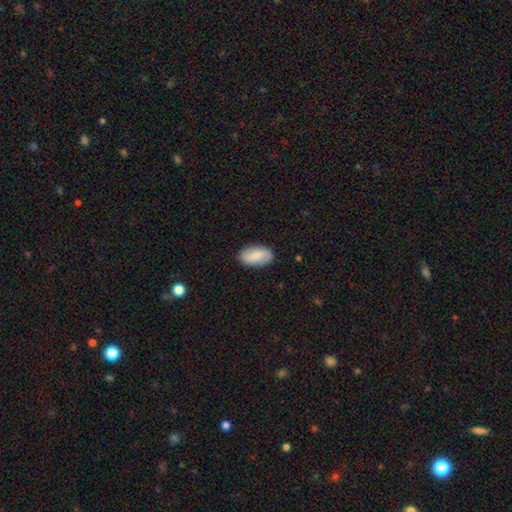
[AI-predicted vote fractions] Smooth or featured? Predicted: smooth (p=0.75). How rounded? Predicted: in between (p=0.94). Merging? Predicted: none (p=0.85).